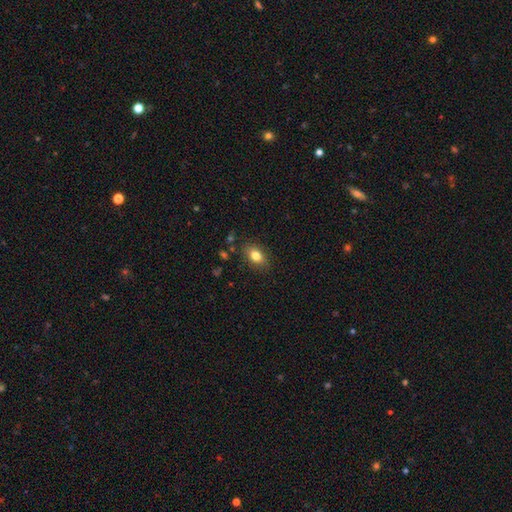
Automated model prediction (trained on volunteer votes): smooth 81%, featured or disk 10%, star or artifact 9%. Down the decision tree: how rounded — in between (82%); merging — none (85%).